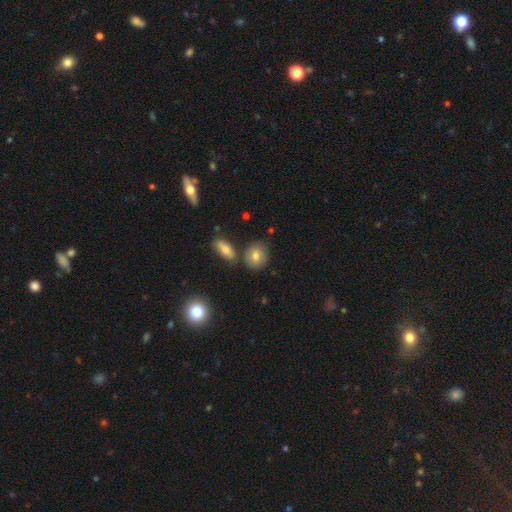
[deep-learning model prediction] smooth_or_featured: smooth (p=0.77) [alt: featured or disk p=0.15]
how_rounded: round (p=0.60) [alt: in between p=0.38]
merging: none (p=0.73) [alt: minor disturbance p=0.13]